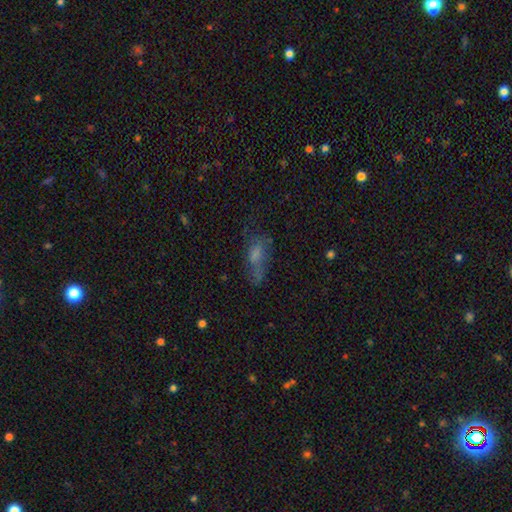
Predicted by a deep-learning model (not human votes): A smooth galaxy with no disk features (46%). Merging: none (49%).